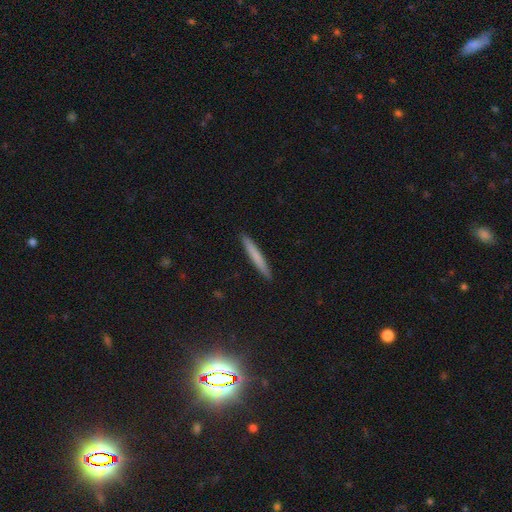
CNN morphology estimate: A smooth galaxy with no disk features (71%) that is cigar-shaped (97%).

Vote fractions:
- Smooth or featured? smooth: 71% / featured or disk: 23% / star or artifact: 6%
- How rounded? cigar-shaped: 97% / in between: 2% / round: 1%
- Merging? none: 93% / minor disturbance: 5% / major disturbance: 1% / merger: 1%